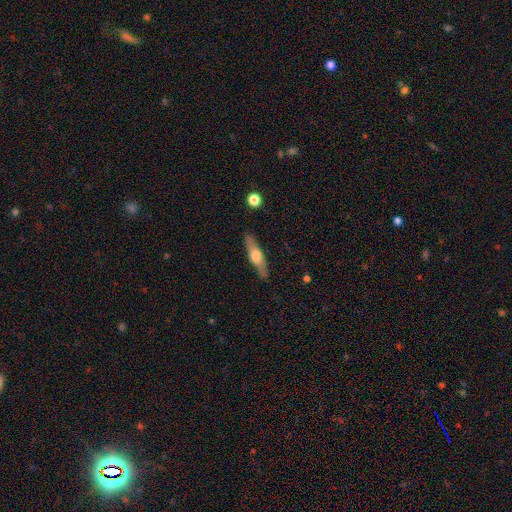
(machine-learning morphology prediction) Overall: featured or disk (48%; smooth 47%). Merging: none (86%).